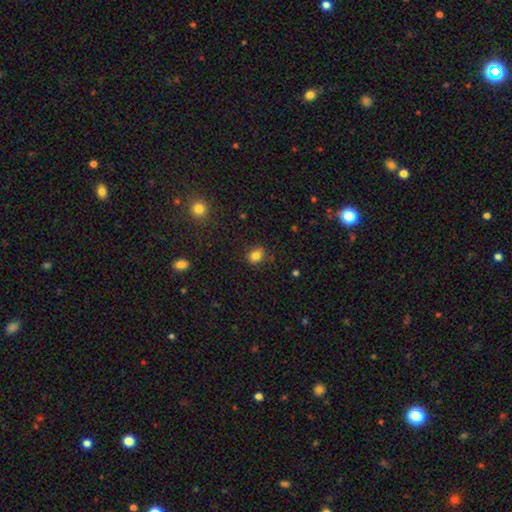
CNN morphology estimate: This appears to be a smooth galaxy with no disk features (81%) that is round (52%). Merging: none (81%).